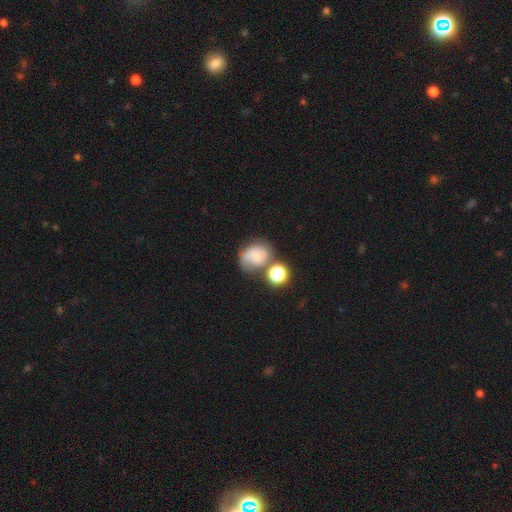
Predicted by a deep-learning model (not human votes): featured or disk 46%, smooth 40%, star or artifact 14%. Down the decision tree: merging — none (46%).